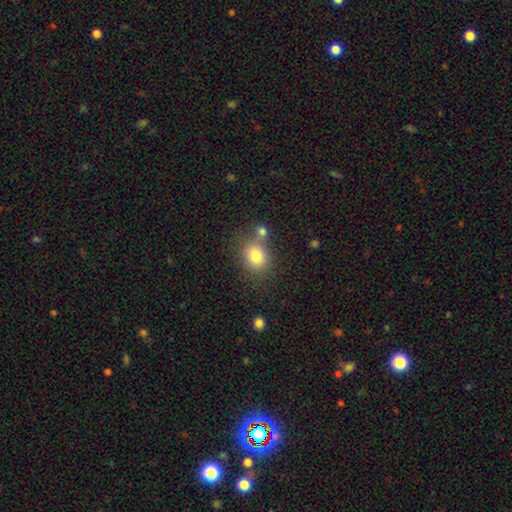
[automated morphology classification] A smooth galaxy with no disk features (79%) that is round (65%).

Vote fractions:
- Smooth or featured? smooth: 79% / star or artifact: 11% / featured or disk: 9%
- How rounded? round: 65% / in between: 34% / cigar-shaped: 1%
- Merging? none: 60% / merger: 23% / minor disturbance: 13% / major disturbance: 5%